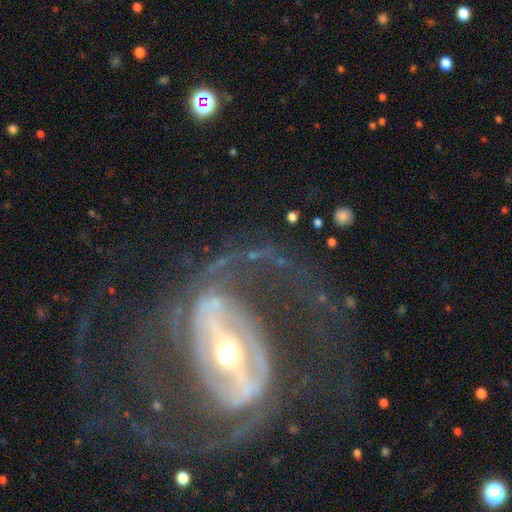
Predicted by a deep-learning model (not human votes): featured or disk 89%, star or artifact 6%, smooth 5%. Down the decision tree: edge-on disk — no (95%); bar — strong (69%); spiral arms — yes (90%); spiral arm count — 2 (79%); spiral winding — medium (45%); bulge size — moderate (50%); merging — none (56%).